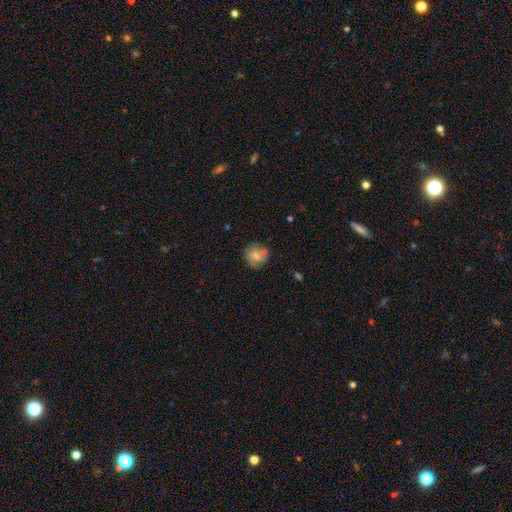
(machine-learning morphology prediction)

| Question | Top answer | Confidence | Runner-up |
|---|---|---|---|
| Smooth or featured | smooth | 61% | featured or disk (30%) |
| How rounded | round | 82% | in between (17%) |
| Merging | none | 65% | minor disturbance (21%) |